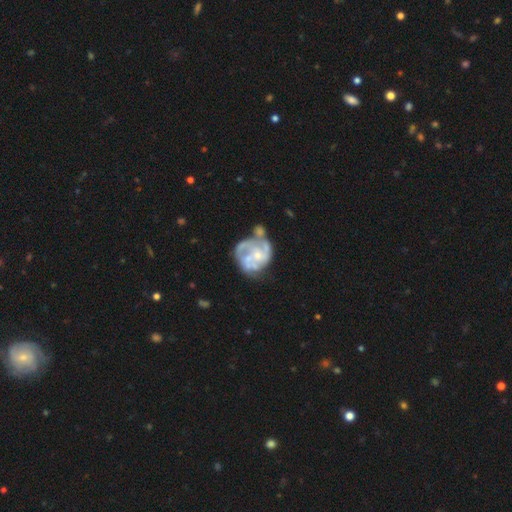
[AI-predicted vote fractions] A featured or disk galaxy (82%) with no bar (73%), 3 (40%) medium (43%, tied with tight) spiral arms (83%) and a small central bulge (58%). Merging: none (43%).